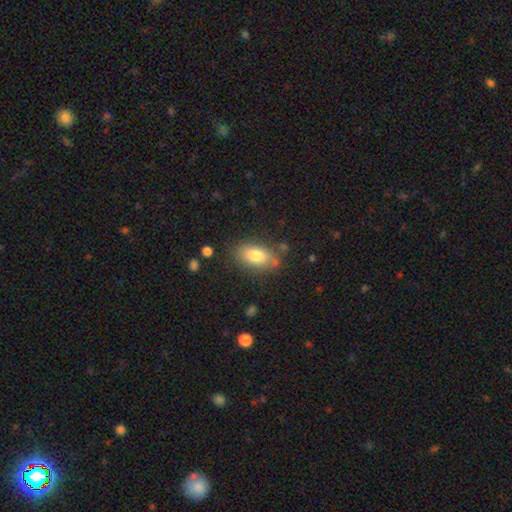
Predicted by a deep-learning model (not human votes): smooth-or-featured: smooth: 79% | featured or disk: 13% | star or artifact: 7%
  how-rounded: in between: 90% | round: 6% | cigar-shaped: 4%
  merging: none: 75% | minor disturbance: 16% | major disturbance: 5% | merger: 3%